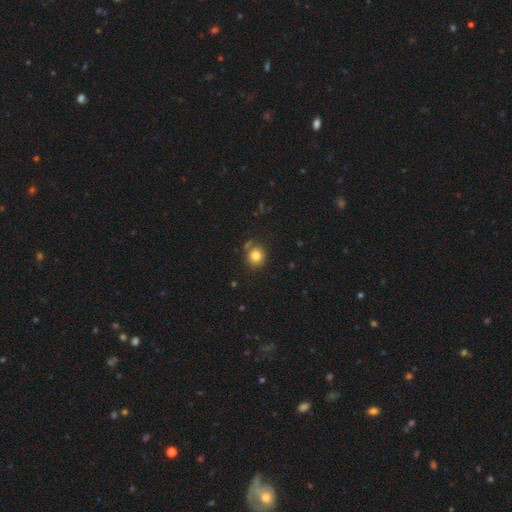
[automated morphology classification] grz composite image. It shows a smooth galaxy with no disk features (82%) that is round (87%). Merging: none (77%).